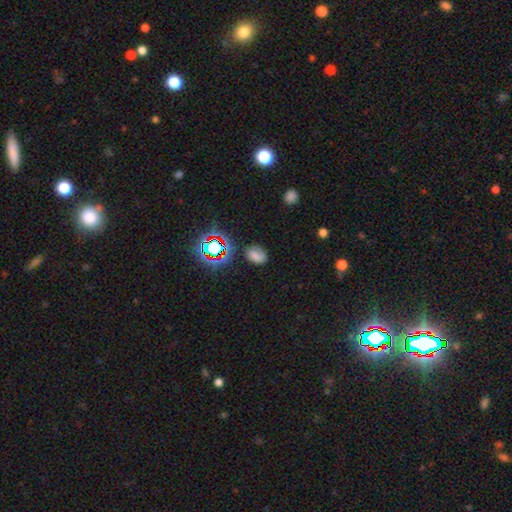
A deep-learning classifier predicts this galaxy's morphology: This is likely a smooth galaxy (63%). How rounded: likely in between (73%). Merging: likely none (69%).